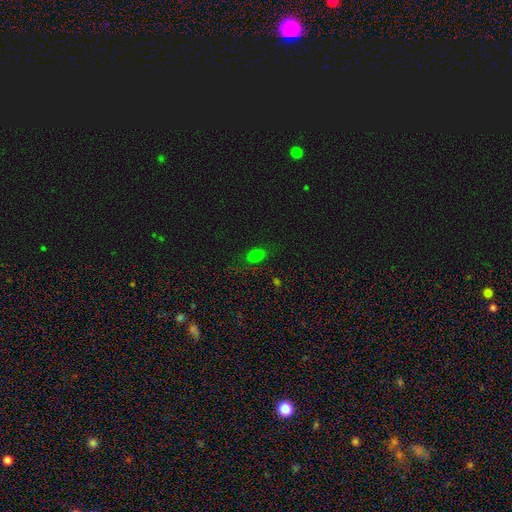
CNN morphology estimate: The model was most divided on "how rounded": in between: 73%, round: 25%, cigar-shaped: 2%. More confident: merging — none (81%); smooth or featured — smooth (76%).